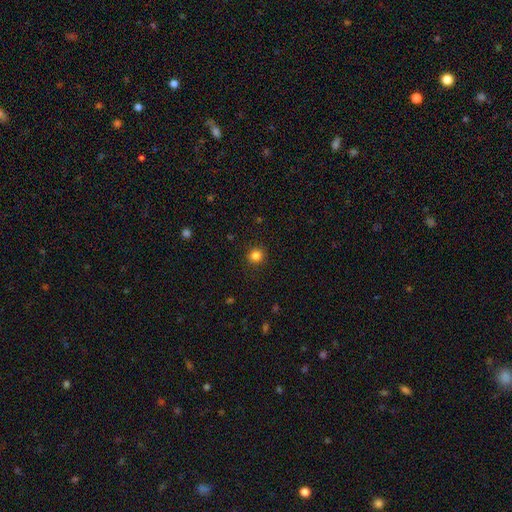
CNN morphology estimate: smooth-or-featured: smooth: 84% | star or artifact: 12% | featured or disk: 4%
  how-rounded: round: 90% | in between: 9% | cigar-shaped: 1%
  merging: none: 91% | minor disturbance: 6% | major disturbance: 2% | merger: 1%